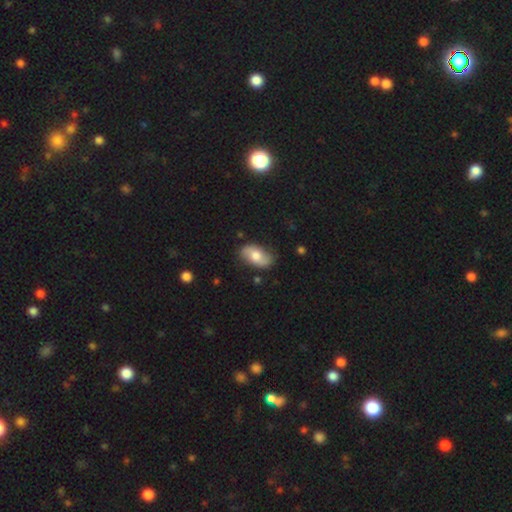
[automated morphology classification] type=smooth (55%); roundness=in between (92%); merging=none (79%).